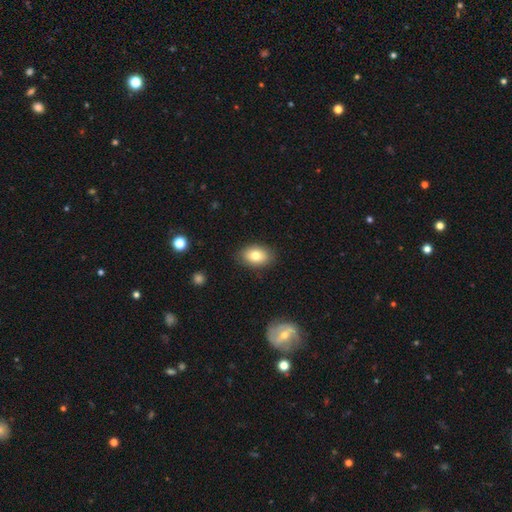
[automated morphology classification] Smooth or featured: smooth — 78% (featured or disk — 13%)
How rounded: in between — 82% (round — 17%)
Merging: none — 85% (minor disturbance — 11%)